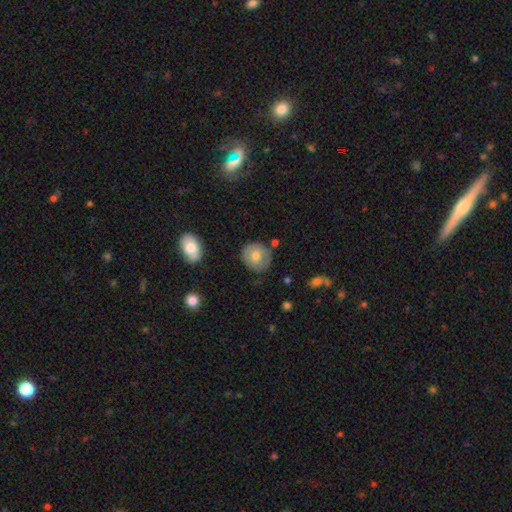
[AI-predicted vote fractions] Q: Smooth or featured?
A: smooth (67%); runner-up: featured or disk (25%)
Q: How rounded?
A: round (81%); runner-up: in between (18%)
Q: Merging?
A: none (78%); runner-up: minor disturbance (16%)